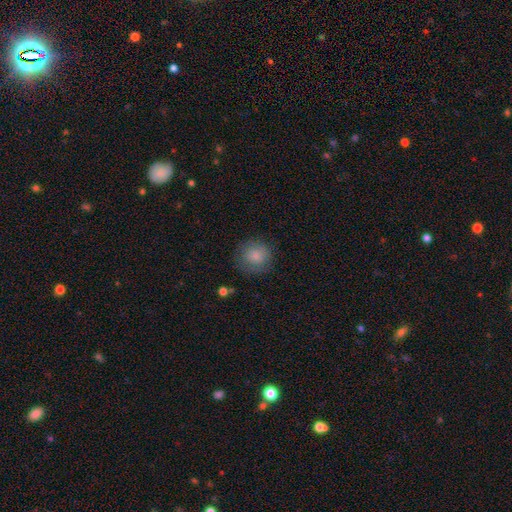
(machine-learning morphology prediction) A smooth galaxy with no disk features (81%) that is round (89%). Merging: none (78%).